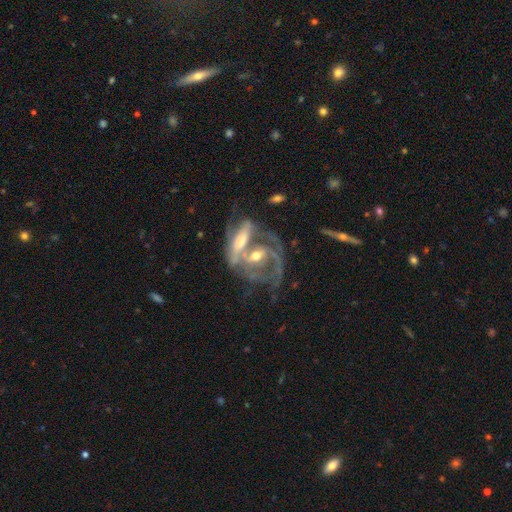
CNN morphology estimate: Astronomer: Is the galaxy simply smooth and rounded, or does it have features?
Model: featured or disk — 80%.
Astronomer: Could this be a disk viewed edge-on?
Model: no — 89%.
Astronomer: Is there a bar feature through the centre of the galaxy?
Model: no — 47% (runner-up: weak, 31%).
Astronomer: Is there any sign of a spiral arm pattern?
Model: yes — 76%.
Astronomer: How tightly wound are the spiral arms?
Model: tight — 39% (runner-up: medium, 38%).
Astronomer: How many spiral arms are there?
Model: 2 — 47% (runner-up: can't tell, 29%).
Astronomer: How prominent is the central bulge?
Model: moderate — 62%.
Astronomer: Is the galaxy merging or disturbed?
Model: merger — 67%.